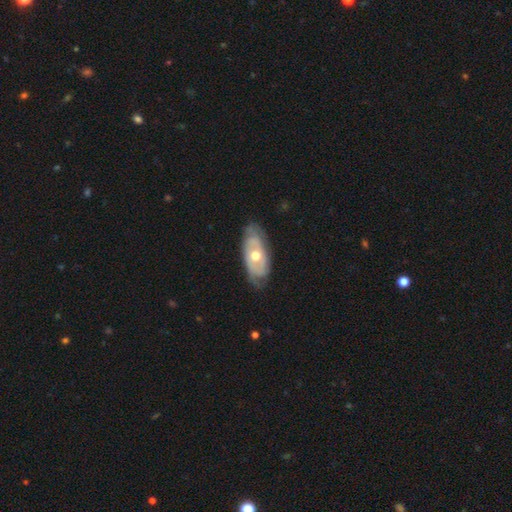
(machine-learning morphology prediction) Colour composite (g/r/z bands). It shows a featured or disk galaxy (66%) with no bar (83%), spiral arms (62%) and a moderate central bulge (77%). Merging: none (73%).